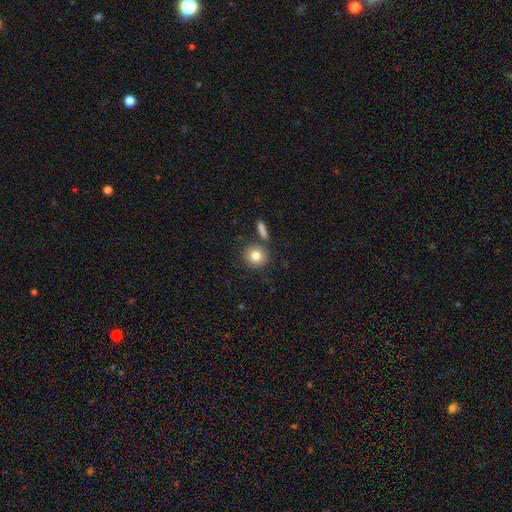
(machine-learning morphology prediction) Overall: smooth (82%). How rounded: round (89%). Merging: none (79%).